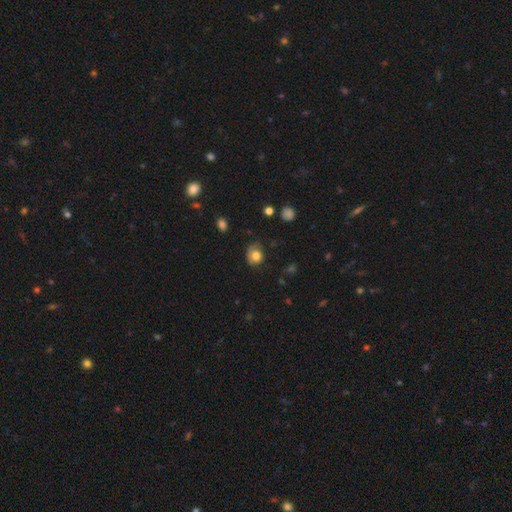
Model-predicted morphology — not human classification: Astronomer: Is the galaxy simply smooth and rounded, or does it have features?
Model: smooth — 76%.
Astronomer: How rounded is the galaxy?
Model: round — 61% (runner-up: in between, 38%).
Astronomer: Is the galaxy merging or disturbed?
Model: none — 55% (runner-up: minor disturbance, 32%).